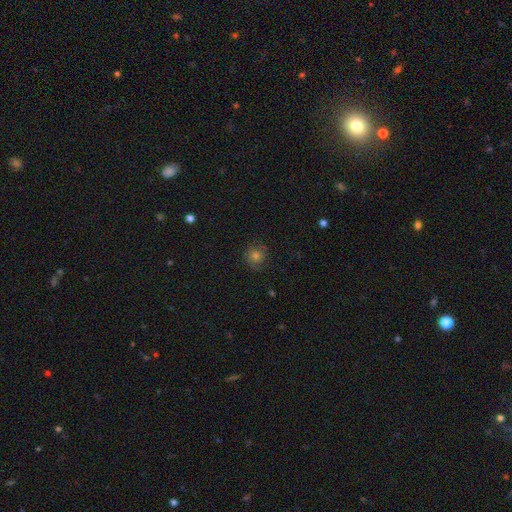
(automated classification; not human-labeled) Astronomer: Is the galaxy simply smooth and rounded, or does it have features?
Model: smooth — 63%.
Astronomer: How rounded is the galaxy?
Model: round — 89%.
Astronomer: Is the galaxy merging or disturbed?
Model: none — 79%.